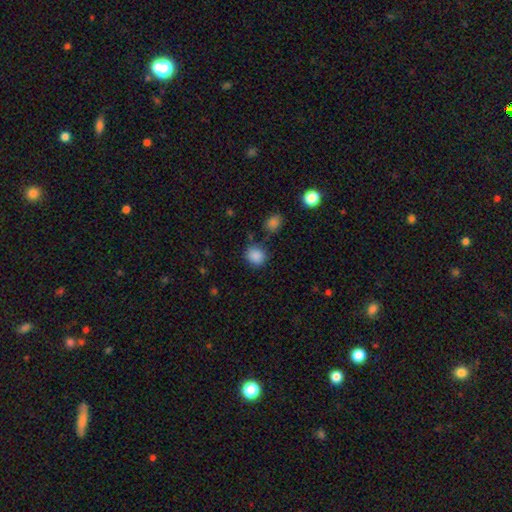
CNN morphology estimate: smooth_or_featured: smooth (p=0.86) [alt: star or artifact p=0.11]
how_rounded: round (p=0.80) [alt: in between p=0.19]
merging: none (p=0.77) [alt: minor disturbance p=0.13]